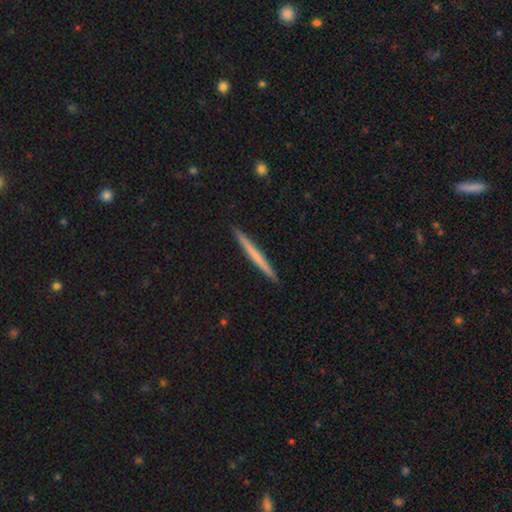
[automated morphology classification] Smooth or featured?
  - smooth: 53% *
  - featured or disk: 41%
  - star or artifact: 5%
How rounded?
  - cigar-shaped: 97% *
  - in between: 2%
  - round: 1%
Merging?
  - none: 93% *
  - minor disturbance: 5%
  - major disturbance: 1%
  - merger: 1%